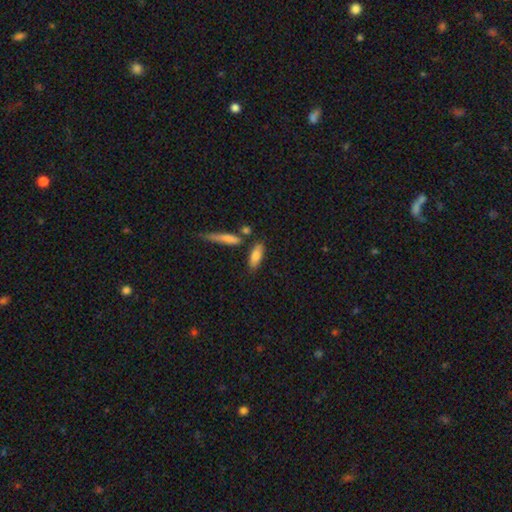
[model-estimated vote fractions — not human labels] Smooth or featured?
  - smooth: 77% *
  - featured or disk: 17%
  - star or artifact: 7%
How rounded?
  - in between: 62% *
  - cigar-shaped: 35%
  - round: 3%
Merging?
  - none: 68% *
  - minor disturbance: 15%
  - merger: 12%
  - major disturbance: 4%